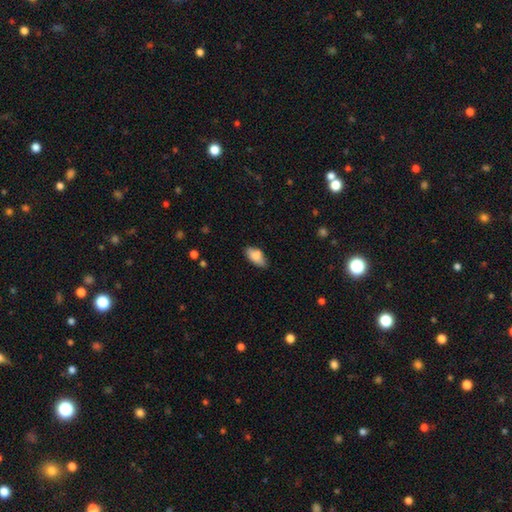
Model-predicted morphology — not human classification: Smooth or featured?
  - smooth: 83% *
  - featured or disk: 10%
  - star or artifact: 7%
How rounded?
  - in between: 90% *
  - cigar-shaped: 7%
  - round: 3%
Merging?
  - none: 69% *
  - minor disturbance: 24%
  - major disturbance: 4%
  - merger: 3%